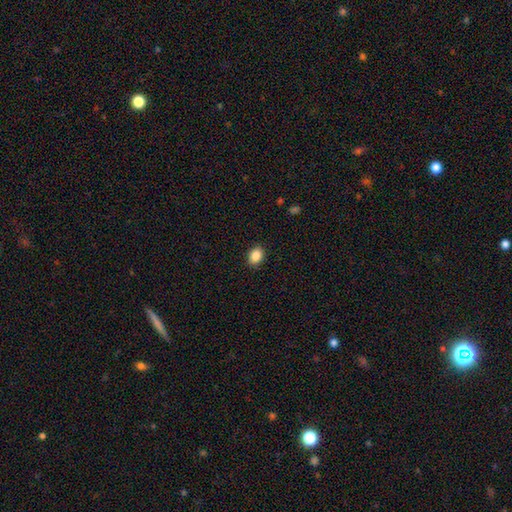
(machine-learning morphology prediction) smooth-or-featured: smooth: 88% | star or artifact: 8% | featured or disk: 3%
  how-rounded: in between: 69% | round: 30% | cigar-shaped: 1%
  merging: none: 90% | minor disturbance: 7% | major disturbance: 2% | merger: 1%